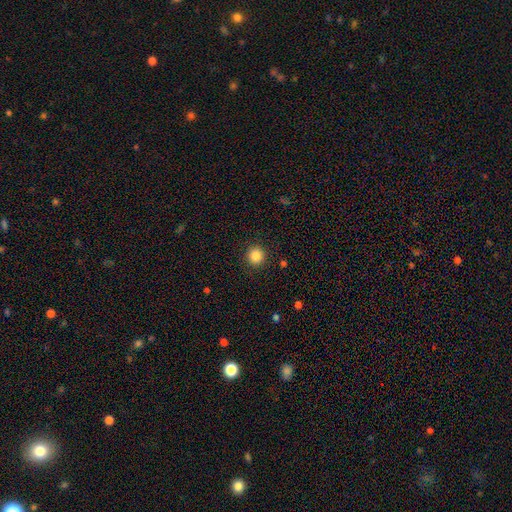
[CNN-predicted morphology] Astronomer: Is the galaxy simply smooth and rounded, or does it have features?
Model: smooth — 85%.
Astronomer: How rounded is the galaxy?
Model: round — 93%.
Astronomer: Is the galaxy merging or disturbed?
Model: none — 92%.